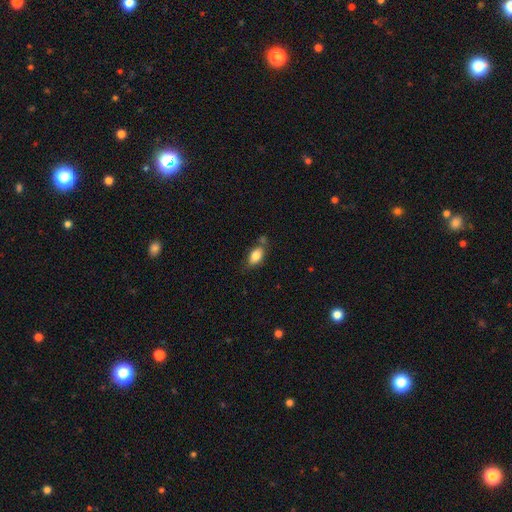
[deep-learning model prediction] smooth 81%, featured or disk 12%, star or artifact 7%. Down the decision tree: how rounded — in between (89%); merging — none (65%).